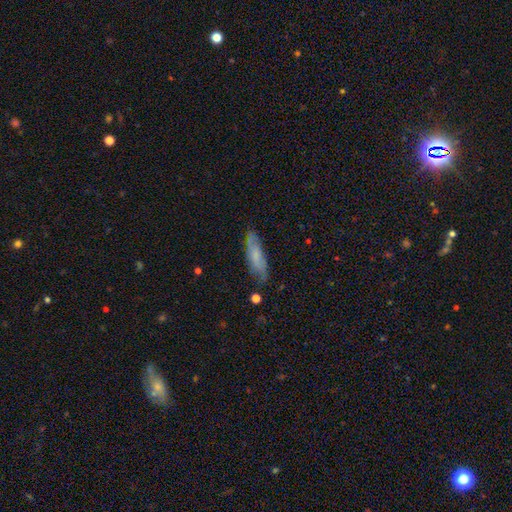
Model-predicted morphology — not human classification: This is possibly a smooth galaxy (56%). How rounded: possibly cigar-shaped (58%). Merging: likely none (74%).